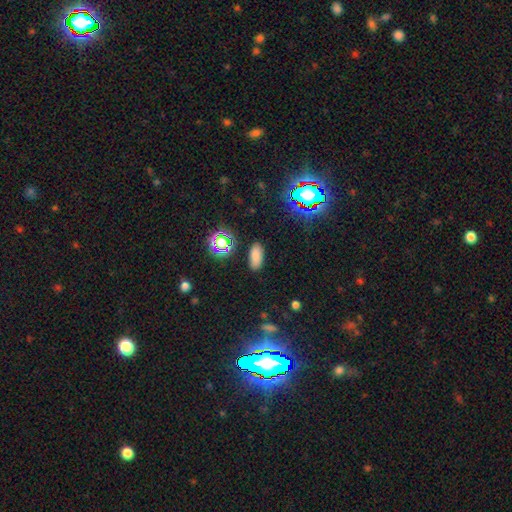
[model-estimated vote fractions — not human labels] A smooth galaxy with no disk features (76%) that is in between round and cigar-shaped (84%).

Vote fractions:
- Smooth or featured? smooth: 76% / star or artifact: 18% / featured or disk: 6%
- How rounded? in between: 84% / cigar-shaped: 12% / round: 4%
- Merging? none: 87% / minor disturbance: 9% / major disturbance: 3% / merger: 2%